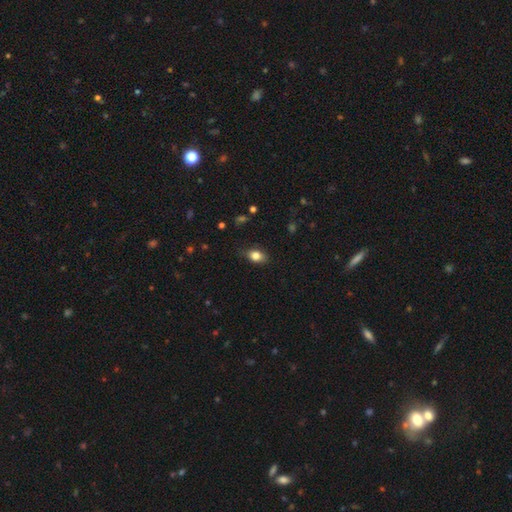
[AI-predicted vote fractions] Overall: smooth (82%). How rounded: in between (79%). Merging: none (77%).